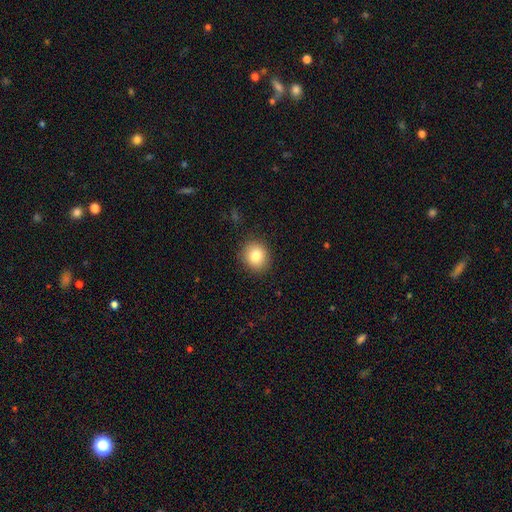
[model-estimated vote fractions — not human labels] Smooth or featured? smooth (83%)
How rounded? round (77%)
Merging? none (89%)